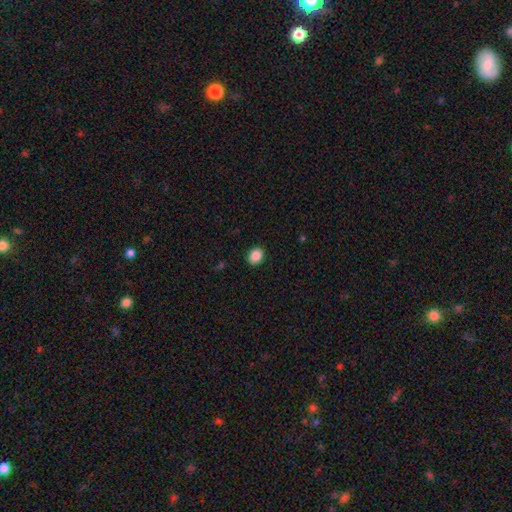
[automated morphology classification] Q: Smooth or featured?
A: smooth (88%); runner-up: star or artifact (9%)
Q: How rounded?
A: round (52%); runner-up: in between (47%)
Q: Merging?
A: none (91%); runner-up: minor disturbance (7%)